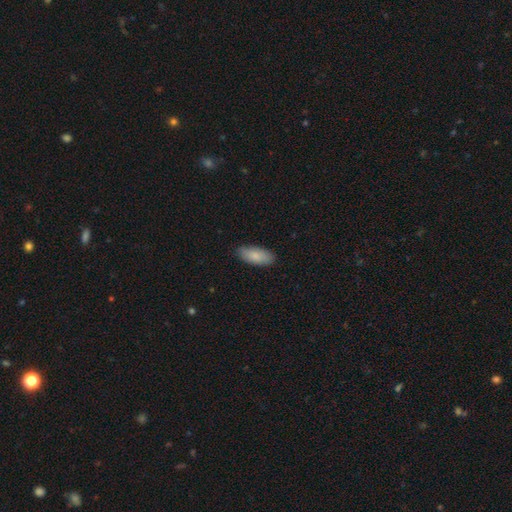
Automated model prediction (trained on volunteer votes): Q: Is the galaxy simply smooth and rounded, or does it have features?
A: smooth — 86%.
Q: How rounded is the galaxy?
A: in between — 85%.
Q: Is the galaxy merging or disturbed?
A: none — 86%.